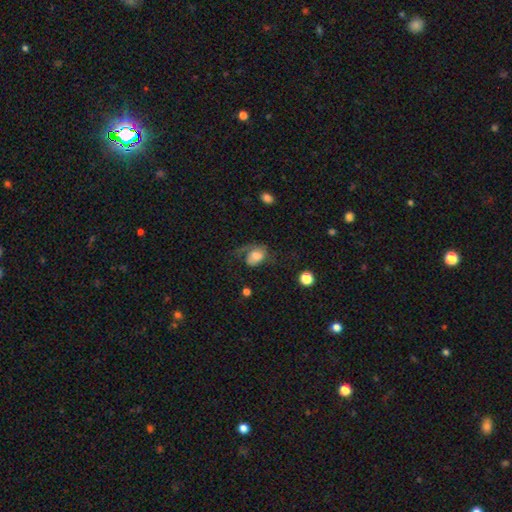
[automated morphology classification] Smooth or featured?
  - smooth: 59% *
  - featured or disk: 32%
  - star or artifact: 9%
How rounded?
  - in between: 72% *
  - round: 26%
  - cigar-shaped: 1%
Merging?
  - major disturbance: 44% *
  - none: 30%
  - minor disturbance: 22%
  - merger: 3%